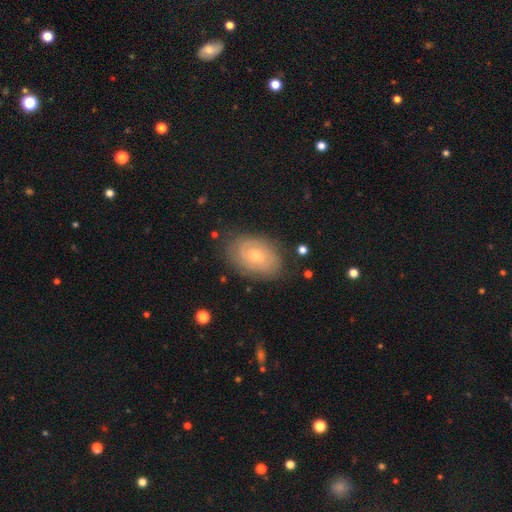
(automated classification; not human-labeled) Morphology: type=featured or disk (63%); edge-on=no (95%); bar=no (65%); spiral arms=yes (79%); bulge=moderate (51%); merging=none (78%).